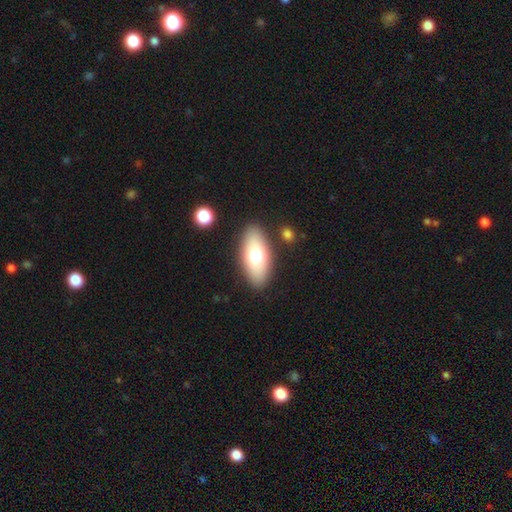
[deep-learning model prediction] This appears to be a smooth galaxy with no disk features (69%) that is in between round and cigar-shaped (87%). Merging: none (86%).